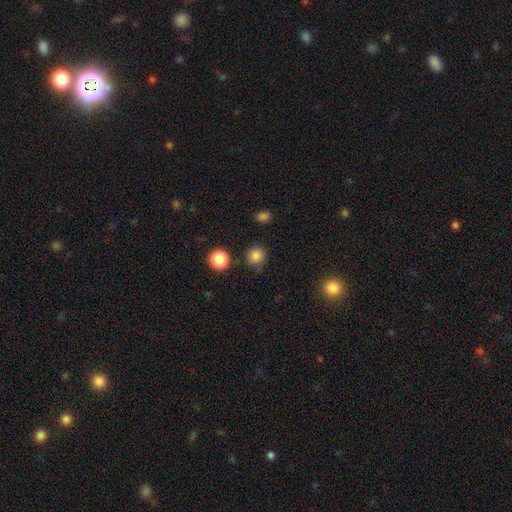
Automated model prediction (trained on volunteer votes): Smooth or featured?
  - smooth: 84% *
  - star or artifact: 13%
  - featured or disk: 4%
How rounded?
  - round: 87% *
  - in between: 12%
  - cigar-shaped: 1%
Merging?
  - none: 84% *
  - minor disturbance: 10%
  - merger: 3%
  - major disturbance: 3%